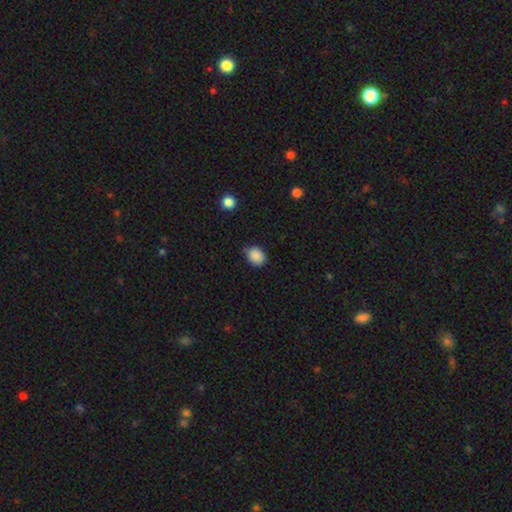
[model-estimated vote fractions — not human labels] A smooth galaxy with no disk features (88%) that is in between round and cigar-shaped (50%). Merging: none (76%).